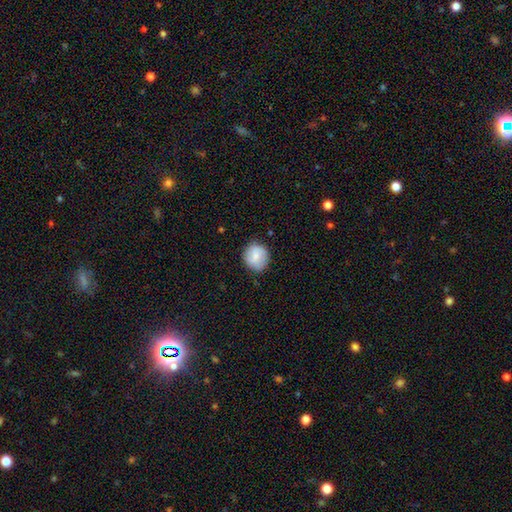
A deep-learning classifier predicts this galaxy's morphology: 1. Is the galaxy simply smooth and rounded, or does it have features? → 82% smooth, 12% featured or disk, 7% star or artifact.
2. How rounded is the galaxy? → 84% round, 15% in between, 1% cigar-shaped.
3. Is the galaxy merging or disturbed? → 81% none, 14% minor disturbance, 3% major disturbance, 1% merger.